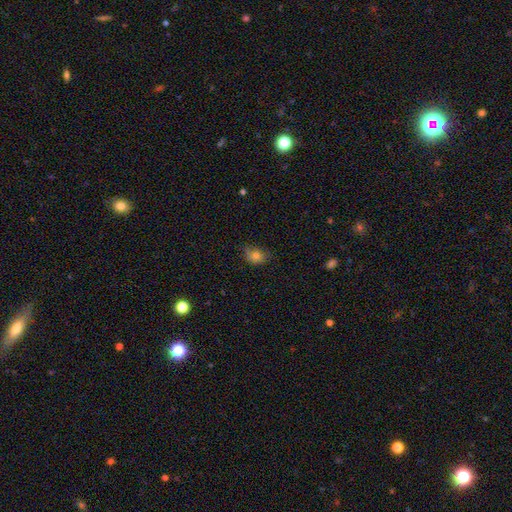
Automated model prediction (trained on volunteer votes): smooth-or-featured: smooth: 78% | star or artifact: 12% | featured or disk: 10%
  how-rounded: in between: 54% | round: 44% | cigar-shaped: 1%
  merging: none: 63% | minor disturbance: 28% | major disturbance: 7% | merger: 2%